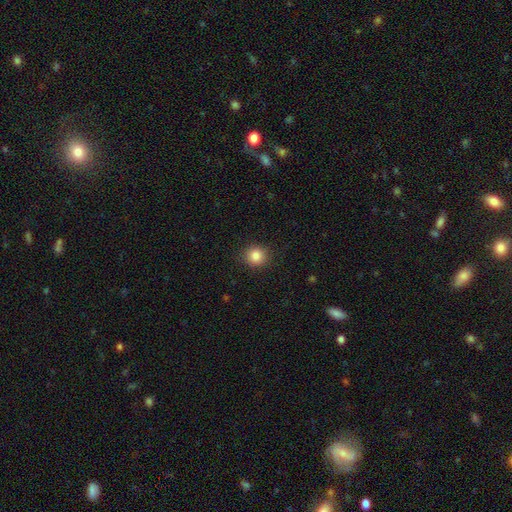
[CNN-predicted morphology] smooth 84%, star or artifact 11%, featured or disk 5%. Down the decision tree: how rounded — round (87%); merging — none (90%).